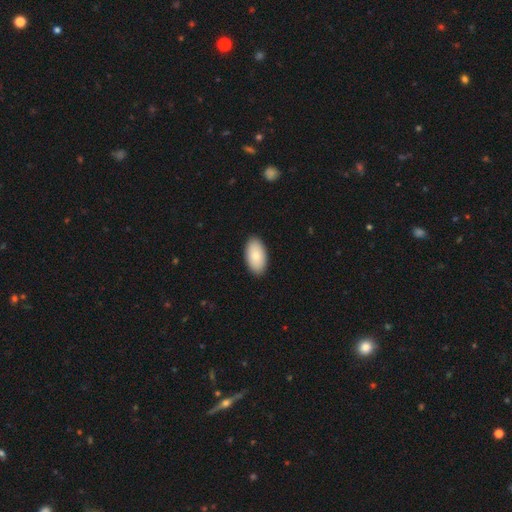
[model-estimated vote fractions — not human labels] smooth-or-featured: smooth: 84% | featured or disk: 10% | star or artifact: 6%
  how-rounded: in between: 96% | round: 3% | cigar-shaped: 2%
  merging: none: 90% | minor disturbance: 8% | major disturbance: 2% | merger: 1%